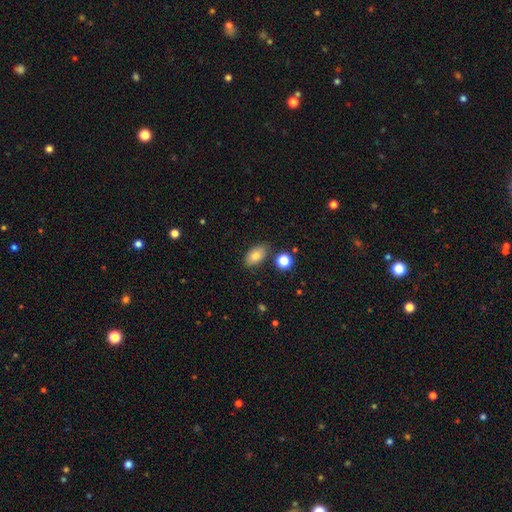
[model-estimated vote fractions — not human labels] A smooth galaxy with no disk features (83%) that is in between round and cigar-shaped (91%).

Vote fractions:
- Smooth or featured? smooth: 83% / star or artifact: 9% / featured or disk: 9%
- How rounded? in between: 91% / round: 7% / cigar-shaped: 2%
- Merging? none: 80% / minor disturbance: 13% / merger: 4% / major disturbance: 3%